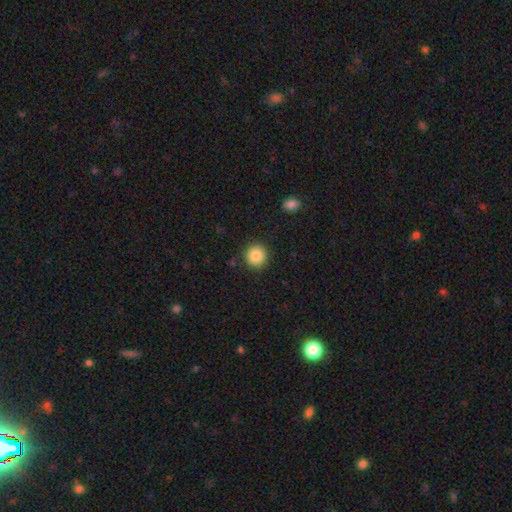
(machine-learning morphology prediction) This is clearly a smooth galaxy (86%). How rounded: clearly round (94%). Merging: clearly none (90%).